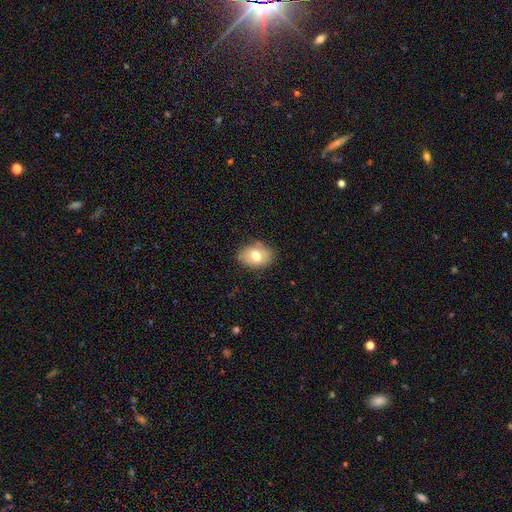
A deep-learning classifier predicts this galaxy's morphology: A smooth galaxy with no disk features (72%) that is in between round and cigar-shaped (68%). Merging: none (80%).